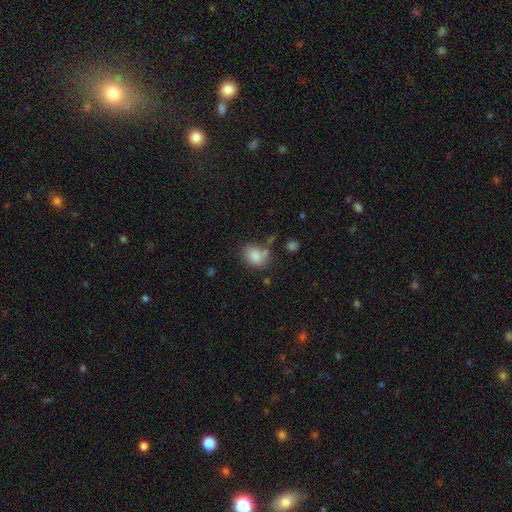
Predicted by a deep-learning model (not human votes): Q: Smooth or featured?
A: smooth (82%); runner-up: featured or disk (9%)
Q: How rounded?
A: in between (65%); runner-up: round (34%)
Q: Merging?
A: none (56%); runner-up: minor disturbance (22%)